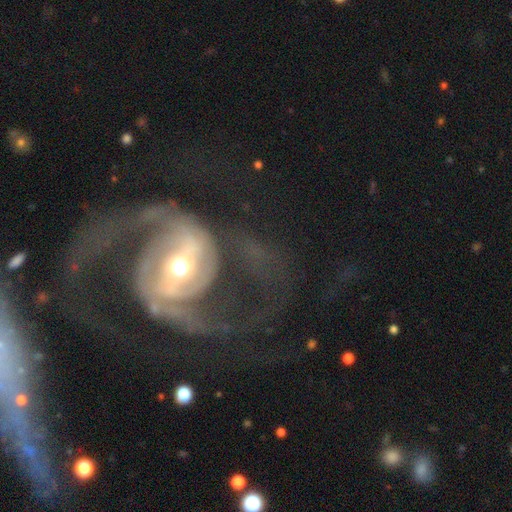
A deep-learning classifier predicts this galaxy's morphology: Smooth or featured?
  - featured or disk: 90% *
  - star or artifact: 5%
  - smooth: 4%
Edge-on disk?
  - no: 98% *
  - yes: 2%
Bar?
  - strong: 41% *
  - weak: 37%
  - no: 22%
Spiral arms?
  - yes: 96% *
  - no: 4%
Spiral winding?
  - medium: 53% *
  - loose: 26%
  - tight: 21%
Spiral arm count?
  - 2: 79% *
  - can't tell: 6%
  - 3: 6%
  - 1: 3%
  - 4: 3%
  - more than 4: 3%
Bulge size?
  - moderate: 52% *
  - small: 39%
  - large: 6%
  - dominant: 1%
  - none: 1%
Merging?
  - none: 52% *
  - major disturbance: 31%
  - minor disturbance: 14%
  - merger: 4%